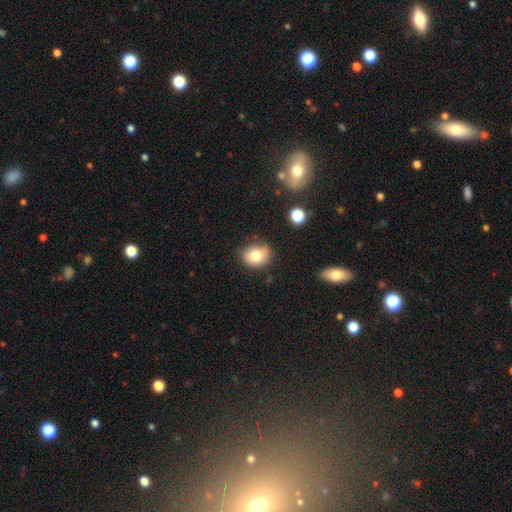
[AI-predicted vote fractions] Smooth or featured? Predicted: smooth (p=0.79). How rounded? Predicted: round (p=0.59). Merging? Predicted: none (p=0.72).